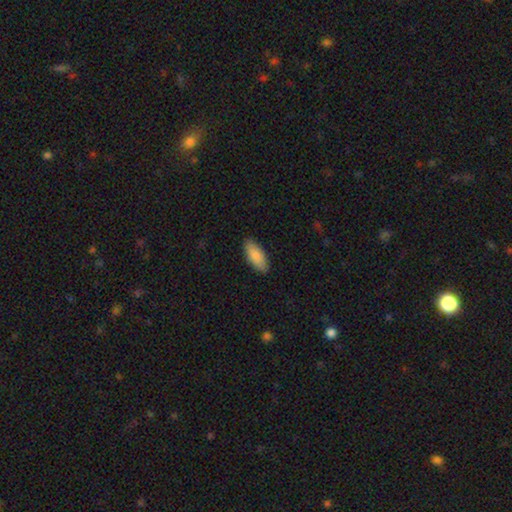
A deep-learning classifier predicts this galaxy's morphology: smooth_or_featured: smooth (p=0.86) [alt: featured or disk p=0.08]
how_rounded: in between (p=0.84) [alt: cigar-shaped p=0.14]
merging: none (p=0.88) [alt: minor disturbance p=0.09]